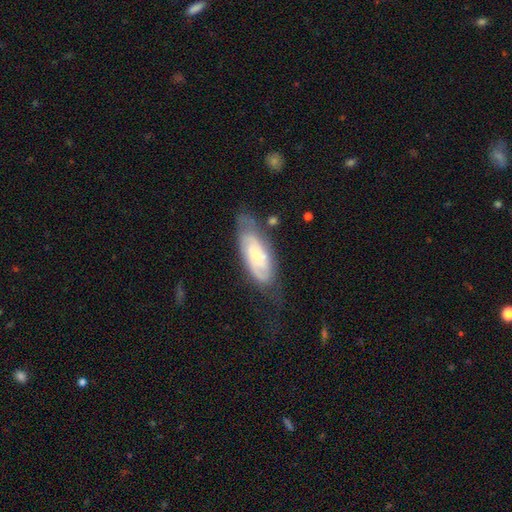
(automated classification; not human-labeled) smooth_or_featured: featured or disk (p=0.67) [alt: smooth p=0.27]
disk_edge_on: no (p=0.90) [alt: yes p=0.10]
bar: no (p=0.71) [alt: weak p=0.24]
has_spiral_arms: yes (p=0.87) [alt: no p=0.13]
spiral_winding: tight (p=0.58) [alt: medium p=0.32]
spiral_arm_count: 2 (p=0.42) [alt: can't tell p=0.39]
bulge_size: small (p=0.65) [alt: moderate p=0.26]
merging: none (p=0.55) [alt: minor disturbance p=0.28]